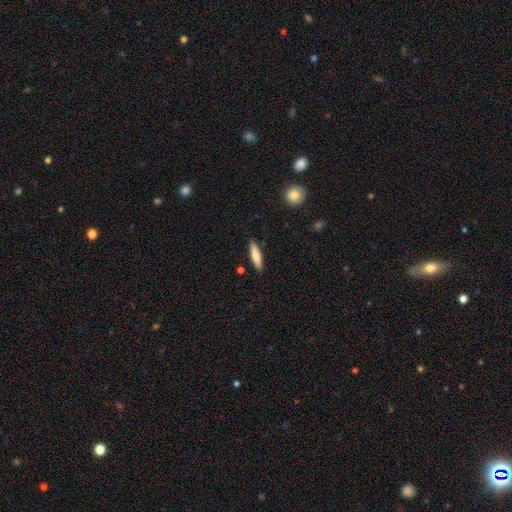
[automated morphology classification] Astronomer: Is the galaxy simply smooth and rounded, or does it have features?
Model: smooth — 70%.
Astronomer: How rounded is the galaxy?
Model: cigar-shaped — 74%.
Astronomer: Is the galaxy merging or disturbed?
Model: none — 89%.